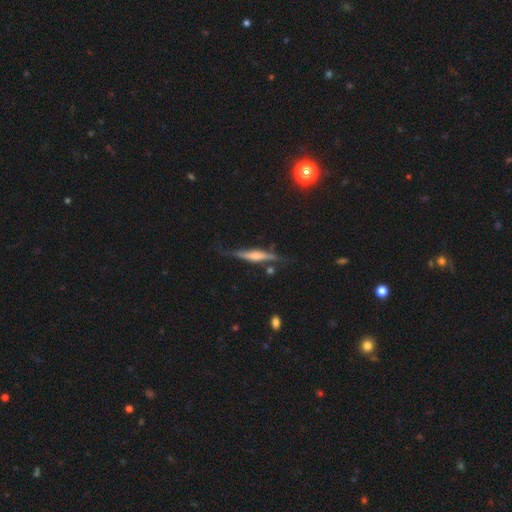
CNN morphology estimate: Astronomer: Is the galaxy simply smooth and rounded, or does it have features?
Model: featured or disk — 73%.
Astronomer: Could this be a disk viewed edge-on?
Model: yes — 95%.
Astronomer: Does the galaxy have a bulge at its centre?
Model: rounded — 80%.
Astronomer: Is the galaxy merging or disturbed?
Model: none — 71%.